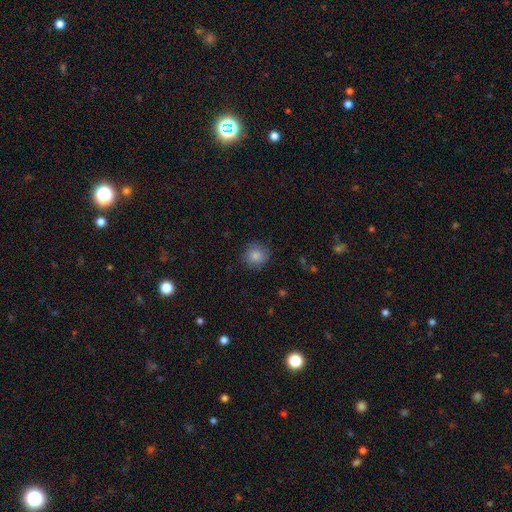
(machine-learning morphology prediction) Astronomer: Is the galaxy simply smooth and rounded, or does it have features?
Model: smooth — 84%.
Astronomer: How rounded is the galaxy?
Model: round — 87%.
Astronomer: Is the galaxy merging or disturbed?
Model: none — 83%.